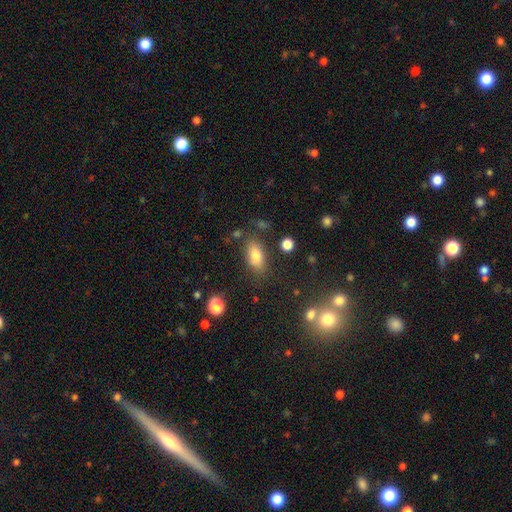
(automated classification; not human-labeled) smooth_or_featured: smooth (p=0.78) [alt: featured or disk p=0.12]
how_rounded: in between (p=0.84) [alt: cigar-shaped p=0.12]
merging: none (p=0.78) [alt: minor disturbance p=0.14]